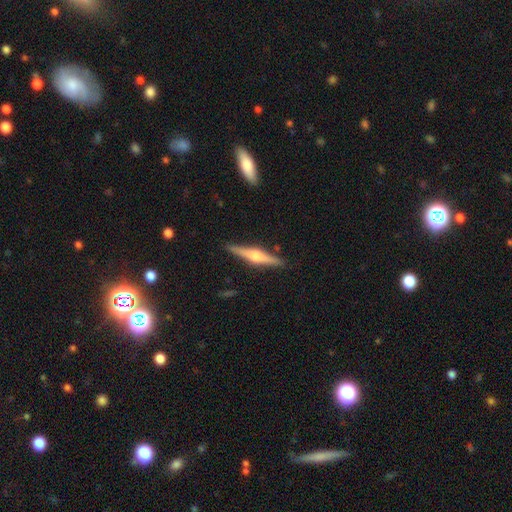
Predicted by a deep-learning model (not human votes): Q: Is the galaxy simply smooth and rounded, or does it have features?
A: featured or disk — 70%.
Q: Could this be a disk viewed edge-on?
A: yes — 98%.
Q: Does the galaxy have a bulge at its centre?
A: rounded — 92%.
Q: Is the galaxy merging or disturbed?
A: none — 90%.